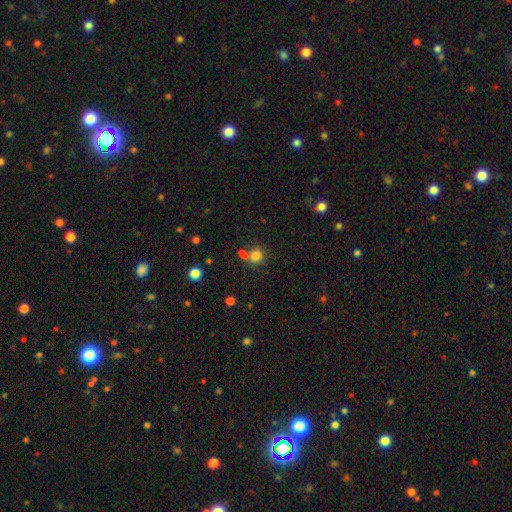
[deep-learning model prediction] A smooth galaxy with no disk features (79%) that is round (89%).

Vote fractions:
- Smooth or featured? smooth: 79% / star or artifact: 14% / featured or disk: 8%
- How rounded? round: 89% / in between: 11% / cigar-shaped: 1%
- Merging? none: 62% / merger: 26% / minor disturbance: 9% / major disturbance: 4%